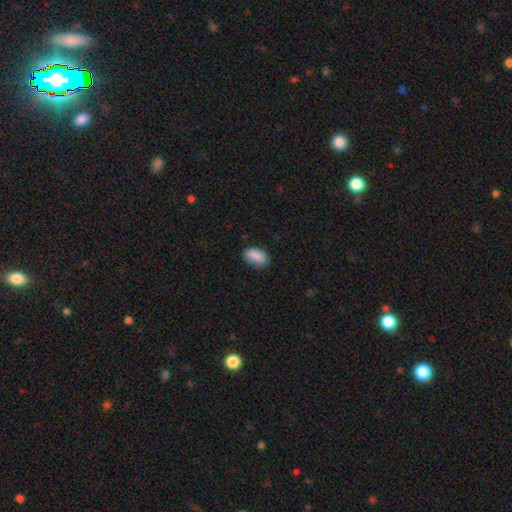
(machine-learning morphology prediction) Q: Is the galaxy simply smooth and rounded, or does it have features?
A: smooth — 88%.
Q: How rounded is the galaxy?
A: in between — 92%.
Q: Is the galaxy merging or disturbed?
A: none — 73%.